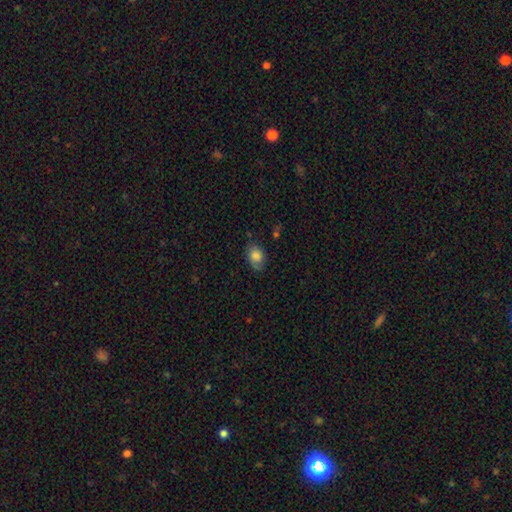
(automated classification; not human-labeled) A smooth galaxy with no disk features (78%) that is in between round and cigar-shaped (80%). Merging: none (71%).